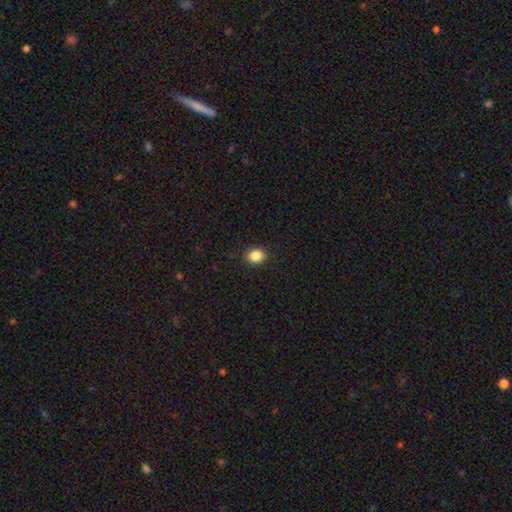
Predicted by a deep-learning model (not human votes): Q: Smooth or featured?
A: smooth (86%); runner-up: star or artifact (10%)
Q: How rounded?
A: round (65%); runner-up: in between (34%)
Q: Merging?
A: none (91%); runner-up: minor disturbance (6%)